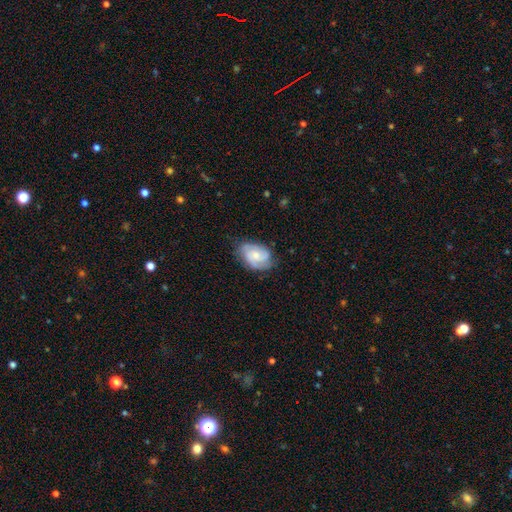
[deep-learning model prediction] A featured or disk galaxy (63%) with no bar (65%), 2 (46%) tight (47%) spiral arms (91%) and a small central bulge (49%).

Vote fractions:
- Smooth or featured? featured or disk: 63% / smooth: 30% / star or artifact: 6%
- Edge-on disk? no: 97% / yes: 3%
- Bar? no: 65% / weak: 30% / strong: 5%
- Spiral arms? yes: 91% / no: 9%
- Spiral winding? tight: 47% / medium: 40% / loose: 13%
- Spiral arm count? 2: 46% / can't tell: 22% / 3: 21% / 1: 5% / 4: 3% / more than 4: 3%
- Bulge size? small: 49% / moderate: 40% / none: 6% / large: 4% / dominant: 1%
- Merging? none: 67% / minor disturbance: 24% / major disturbance: 8% / merger: 1%